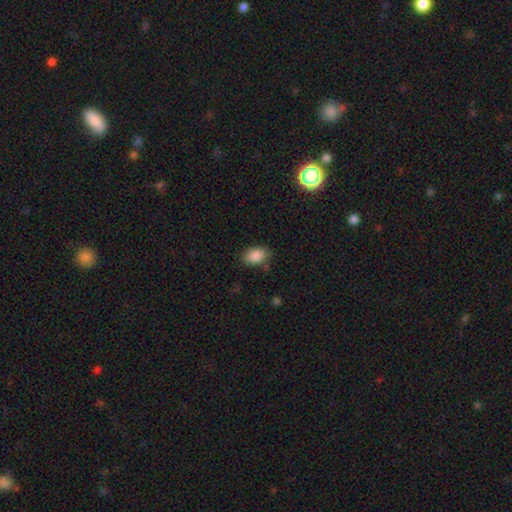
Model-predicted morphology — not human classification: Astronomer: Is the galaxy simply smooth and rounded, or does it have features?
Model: smooth — 87%.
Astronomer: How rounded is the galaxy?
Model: in between — 85%.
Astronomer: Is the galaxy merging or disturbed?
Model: none — 78%.